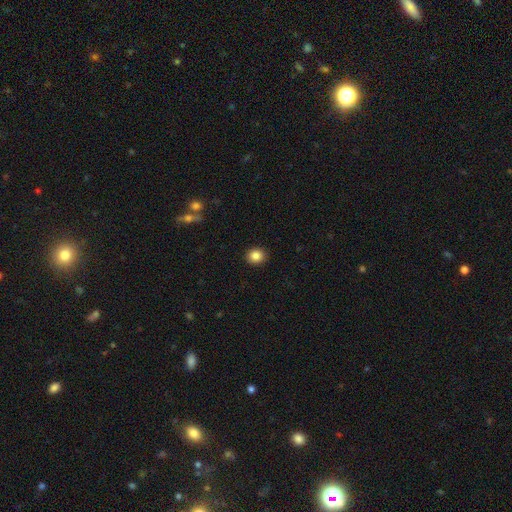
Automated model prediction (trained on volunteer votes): A smooth galaxy with no disk features (85%) that is round (75%).

Vote fractions:
- Smooth or featured? smooth: 85% / star or artifact: 10% / featured or disk: 5%
- How rounded? round: 75% / in between: 24% / cigar-shaped: 1%
- Merging? none: 92% / minor disturbance: 5% / major disturbance: 2% / merger: 1%